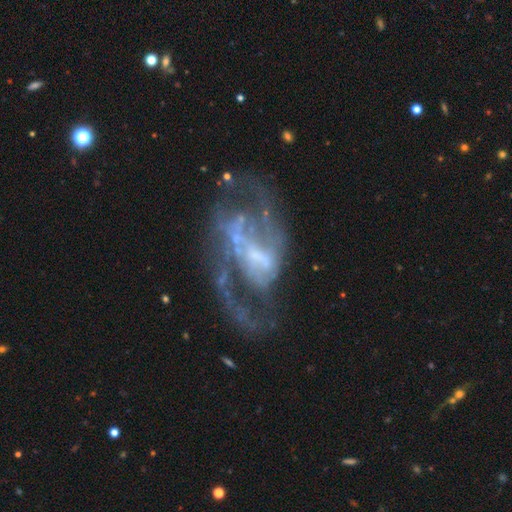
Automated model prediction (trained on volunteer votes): Morphology: type=featured or disk (83%); edge-on=no (96%); bar=weak (41%); spiral arms=yes (76%); winding=loose (44%); arm count=2 (52%); bulge=none (36%); merging=none (40%).